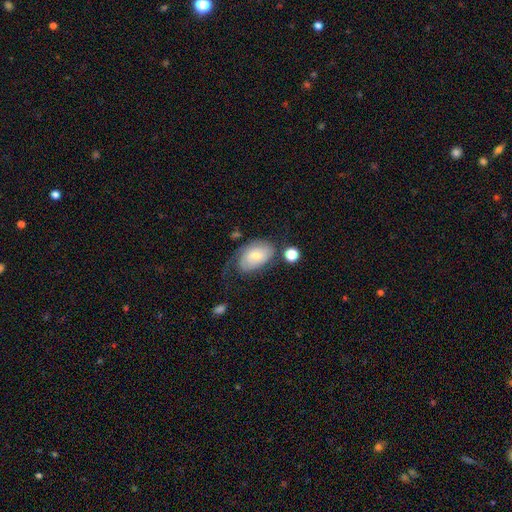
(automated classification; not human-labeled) smooth_or_featured: smooth (p=0.50) [alt: featured or disk p=0.43]
merging: none (p=0.43) [alt: minor disturbance p=0.27]